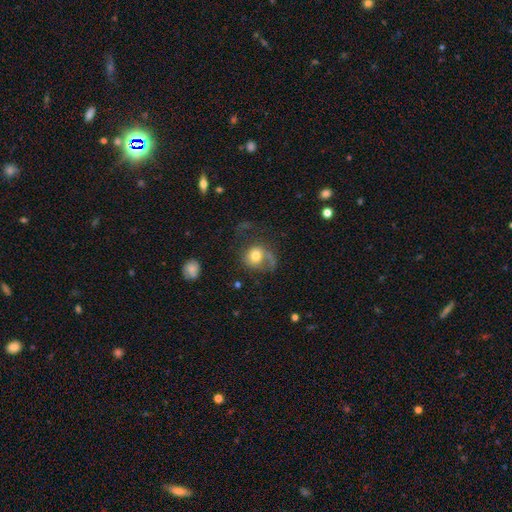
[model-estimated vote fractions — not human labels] Smooth or featured: smooth — 51% (featured or disk — 40%)
How rounded: round — 72% (in between — 27%)
Merging: major disturbance — 40% (none — 38%)